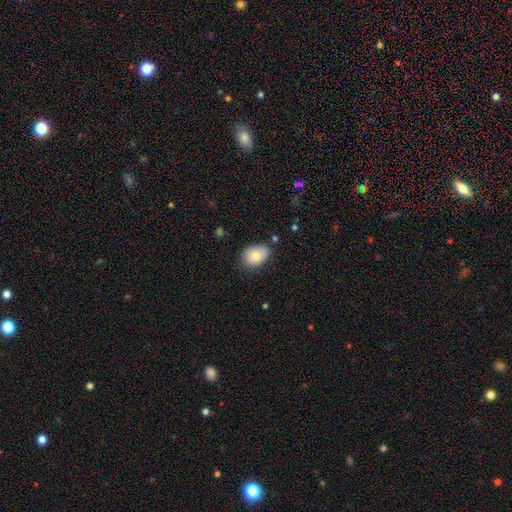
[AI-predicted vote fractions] The model was most divided on "merging": none: 68%, minor disturbance: 25%, major disturbance: 4%, merger: 3%. More confident: smooth or featured — smooth (80%); how rounded — in between (78%).